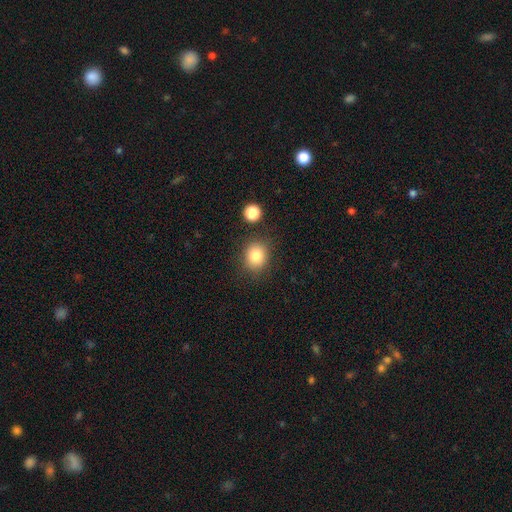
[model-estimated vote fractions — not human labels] Morphology: type=smooth (82%); roundness=round (72%); merging=none (82%).